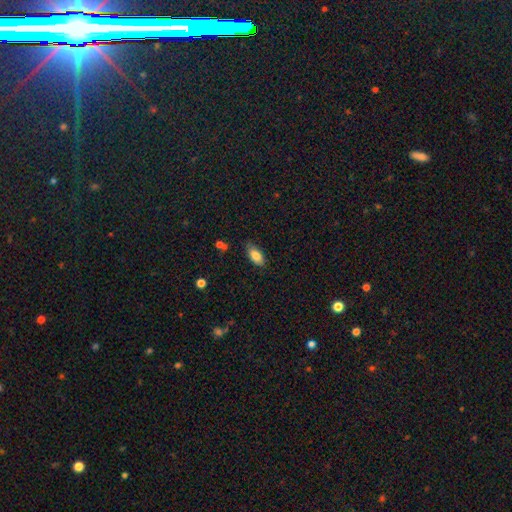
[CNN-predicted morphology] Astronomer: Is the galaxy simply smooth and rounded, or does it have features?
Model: smooth — 82%.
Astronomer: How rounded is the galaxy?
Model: in between — 88%.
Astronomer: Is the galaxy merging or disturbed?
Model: none — 80%.